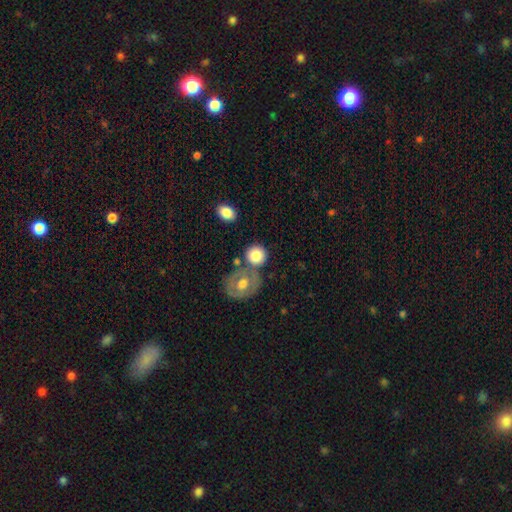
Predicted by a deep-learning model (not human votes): Smooth or featured: smooth — 76% (featured or disk — 17%)
How rounded: round — 83% (in between — 16%)
Merging: none — 62% (merger — 20%)